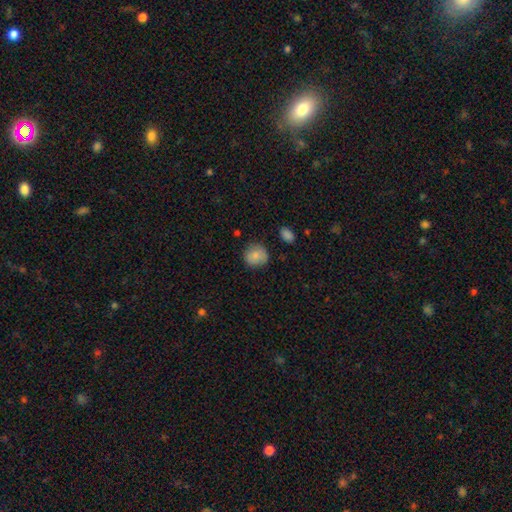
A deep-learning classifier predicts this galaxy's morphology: Q: Smooth or featured?
A: smooth (83%); runner-up: featured or disk (10%)
Q: How rounded?
A: round (87%); runner-up: in between (12%)
Q: Merging?
A: none (79%); runner-up: minor disturbance (16%)